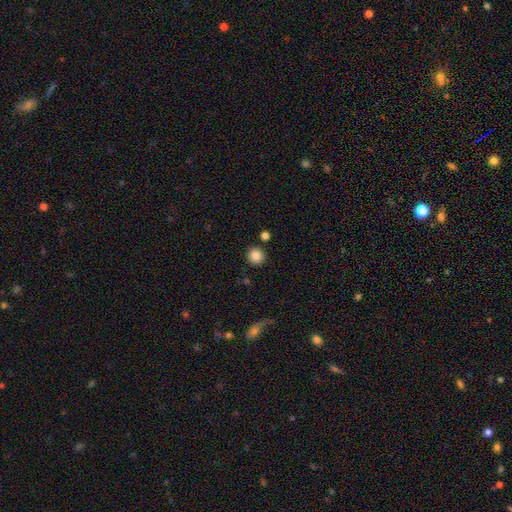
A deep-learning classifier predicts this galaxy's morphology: smooth 84%, star or artifact 10%, featured or disk 6%. Down the decision tree: how rounded — round (94%); merging — none (89%).